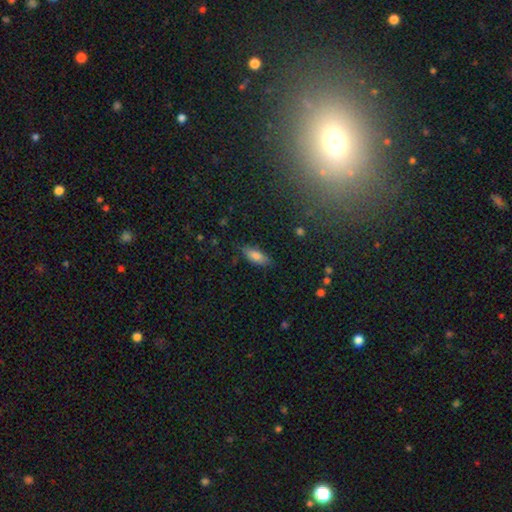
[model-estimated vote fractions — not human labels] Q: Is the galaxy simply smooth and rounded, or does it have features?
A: smooth — 81%.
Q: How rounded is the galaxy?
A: in between — 72%.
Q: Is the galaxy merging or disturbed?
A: none — 79%.